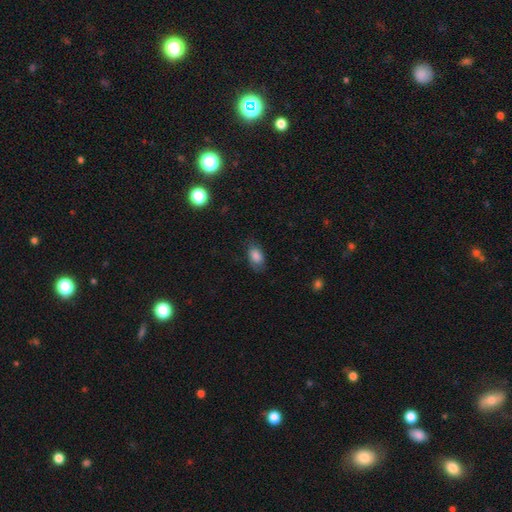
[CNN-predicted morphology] This appears to be a smooth galaxy with no disk features (83%) that is in between round and cigar-shaped (91%). Merging: none (75%).